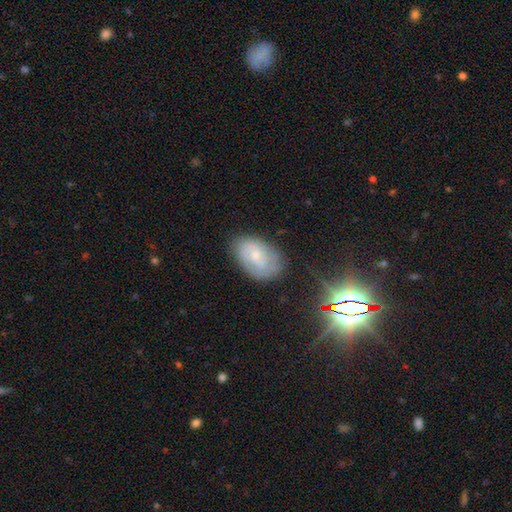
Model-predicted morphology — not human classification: Smooth or featured: featured or disk — 47% (smooth — 41%)
Merging: none — 72% (minor disturbance — 20%)